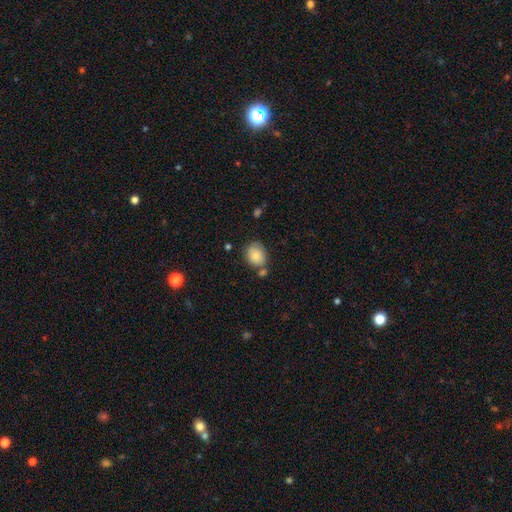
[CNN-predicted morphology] Smooth or featured?
  - smooth: 82% *
  - featured or disk: 10%
  - star or artifact: 8%
How rounded?
  - in between: 51% *
  - round: 48%
  - cigar-shaped: 1%
Merging?
  - none: 64% *
  - minor disturbance: 18%
  - merger: 14%
  - major disturbance: 5%